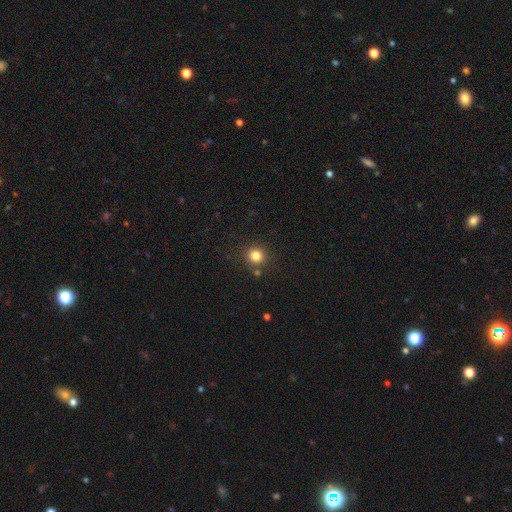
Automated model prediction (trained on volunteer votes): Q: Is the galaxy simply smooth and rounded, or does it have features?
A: smooth — 81%.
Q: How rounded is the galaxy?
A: round — 92%.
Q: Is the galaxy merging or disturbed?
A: none — 85%.